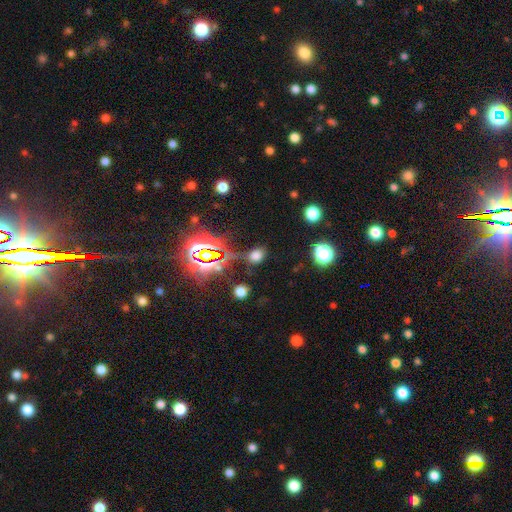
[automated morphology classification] Q: Smooth or featured?
A: smooth (60%); runner-up: star or artifact (33%)
Q: How rounded?
A: in between (57%); runner-up: round (40%)
Q: Merging?
A: none (64%); runner-up: minor disturbance (18%)